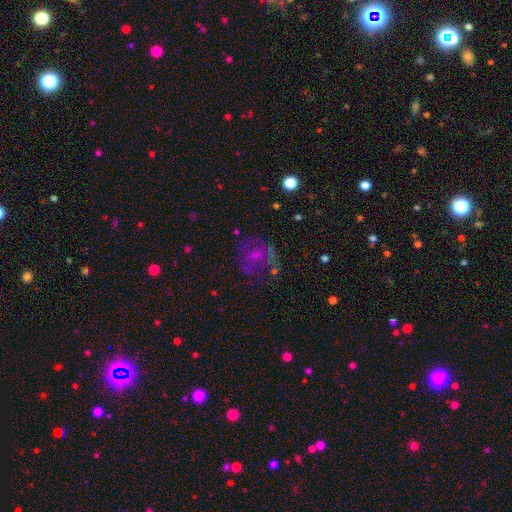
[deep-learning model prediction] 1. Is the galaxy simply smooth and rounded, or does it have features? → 47% featured or disk, 34% smooth, 19% star or artifact.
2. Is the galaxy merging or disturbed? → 45% none, 31% major disturbance, 19% minor disturbance, 5% merger.